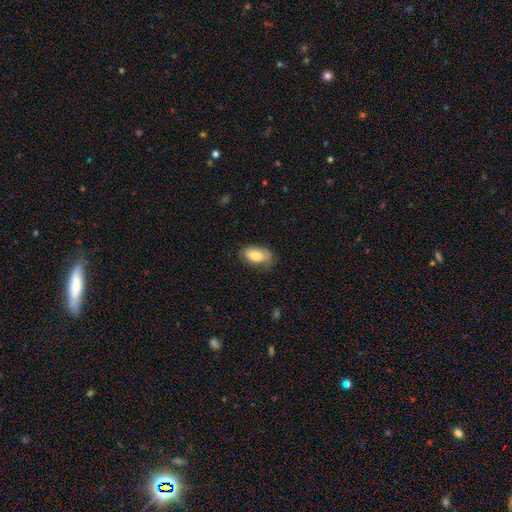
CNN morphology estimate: The model was most divided on "merging": none: 68%, minor disturbance: 24%, major disturbance: 6%, merger: 1%. More confident: how rounded — in between (92%); smooth or featured — smooth (78%).